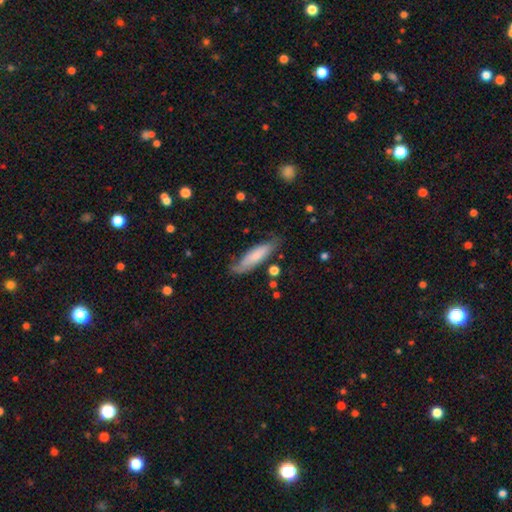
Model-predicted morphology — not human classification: smooth-or-featured: smooth: 67% | featured or disk: 28% | star or artifact: 6%
  how-rounded: cigar-shaped: 64% | in between: 34% | round: 2%
  merging: none: 67% | minor disturbance: 24% | major disturbance: 6% | merger: 3%